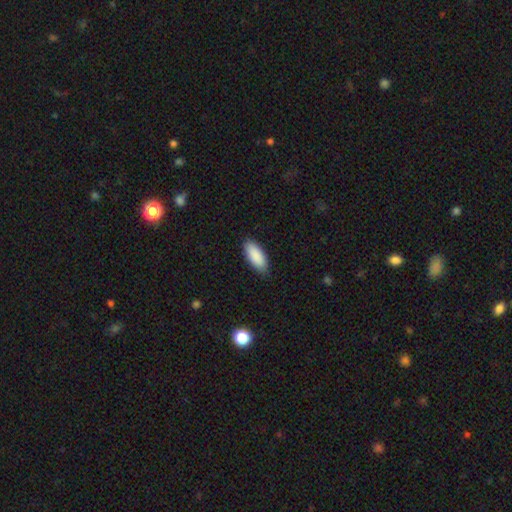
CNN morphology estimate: Overall: smooth (90%). How rounded: in between (85%). Merging: none (86%).